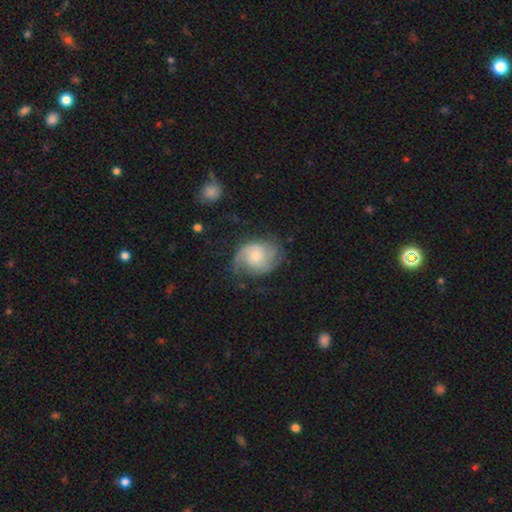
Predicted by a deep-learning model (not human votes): A featured or disk galaxy (81%) with no bar (72%), 2 (54%) tight (42%) spiral arms (96%) and a small central bulge (47%).

Vote fractions:
- Smooth or featured? featured or disk: 81% / smooth: 14% / star or artifact: 6%
- Edge-on disk? no: 98% / yes: 2%
- Bar? no: 72% / weak: 24% / strong: 4%
- Spiral arms? yes: 96% / no: 4%
- Spiral winding? tight: 42% / medium: 41% / loose: 17%
- Spiral arm count? 2: 54% / can't tell: 17% / 3: 15% / 1: 6% / 4: 4% / more than 4: 4%
- Bulge size? small: 47% / moderate: 45% / large: 4% / none: 2% / dominant: 1%
- Merging? none: 66% / minor disturbance: 21% / major disturbance: 11% / merger: 2%